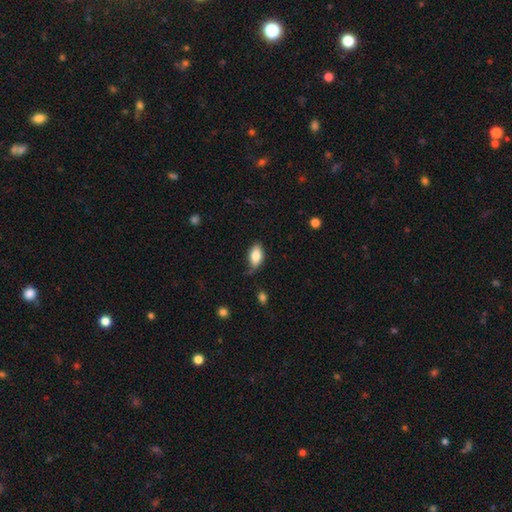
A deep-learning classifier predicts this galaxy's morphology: Smooth or featured? smooth (82%)
How rounded? in between (91%)
Merging? none (61%)